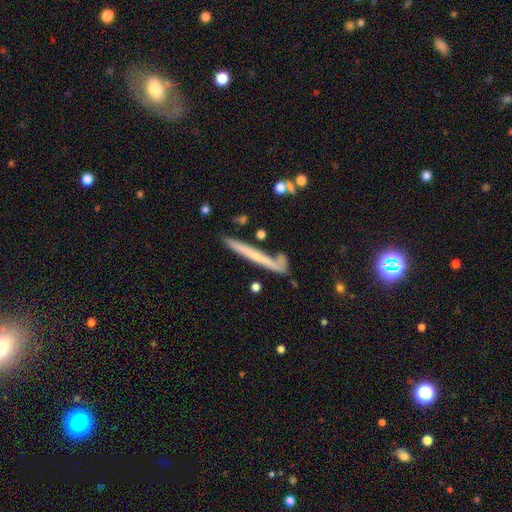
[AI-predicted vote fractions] A smooth galaxy with no disk features (48%). Merging: none (68%).